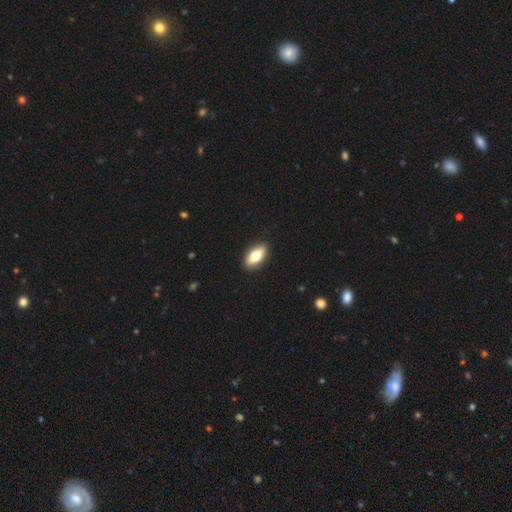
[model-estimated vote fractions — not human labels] smooth 69%, featured or disk 25%, star or artifact 7%. Down the decision tree: how rounded — in between (81%); merging — none (90%).